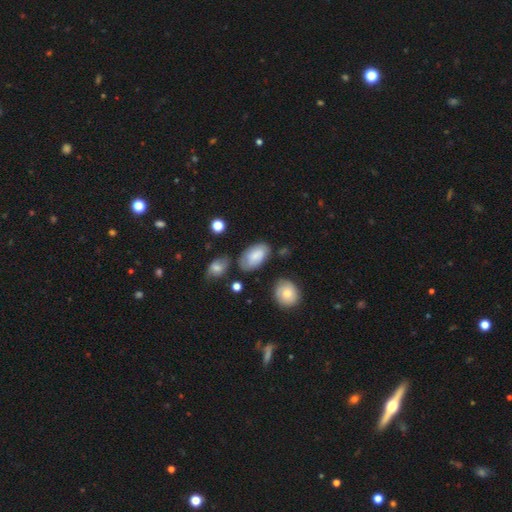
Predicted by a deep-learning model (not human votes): A smooth galaxy with no disk features (70%) that is in between round and cigar-shaped (93%). Merging: none (64%).